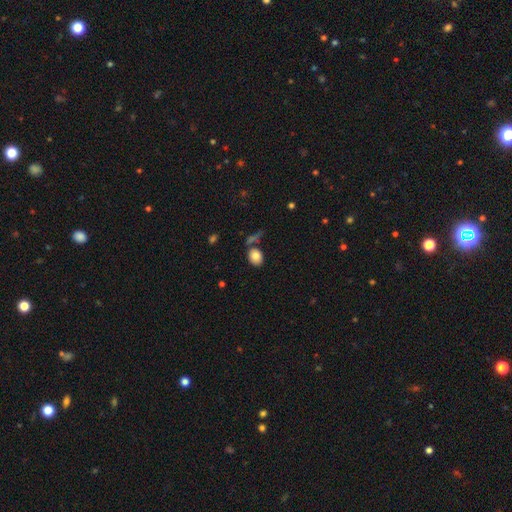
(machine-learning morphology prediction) type=smooth (83%); roundness=in between (62%); merging=none (67%).